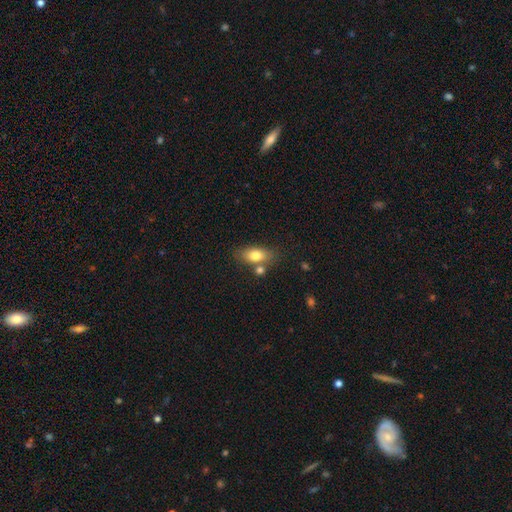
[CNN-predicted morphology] Overall: smooth (77%). How rounded: in between (82%). Merging: none (65%).